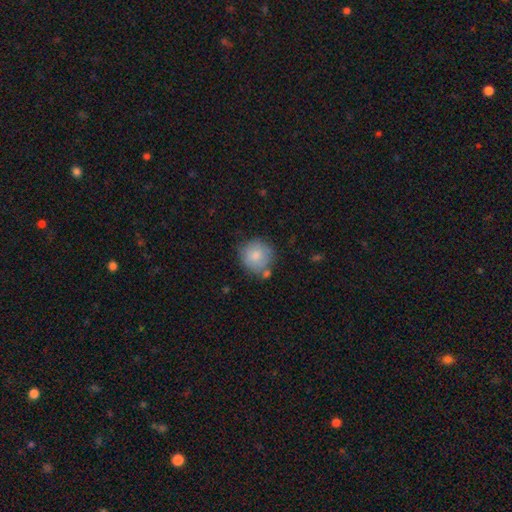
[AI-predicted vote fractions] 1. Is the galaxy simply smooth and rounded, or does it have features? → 80% smooth, 13% featured or disk, 7% star or artifact.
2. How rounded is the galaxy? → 90% round, 9% in between, 1% cigar-shaped.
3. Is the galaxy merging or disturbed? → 64% none, 20% minor disturbance, 10% merger, 6% major disturbance.